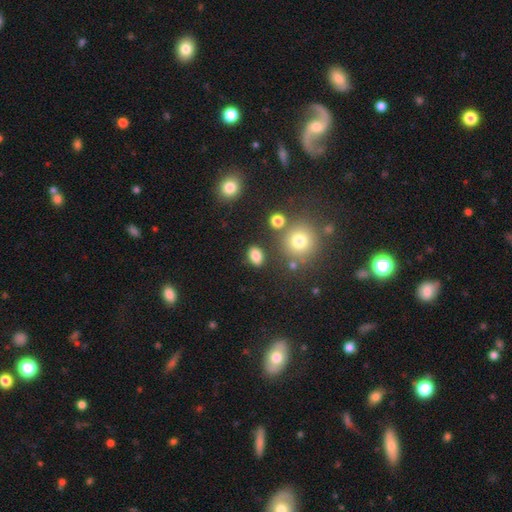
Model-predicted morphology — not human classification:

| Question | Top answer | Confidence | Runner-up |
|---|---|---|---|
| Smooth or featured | smooth | 83% | star or artifact (11%) |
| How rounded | in between | 80% | round (19%) |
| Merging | none | 83% | minor disturbance (10%) |